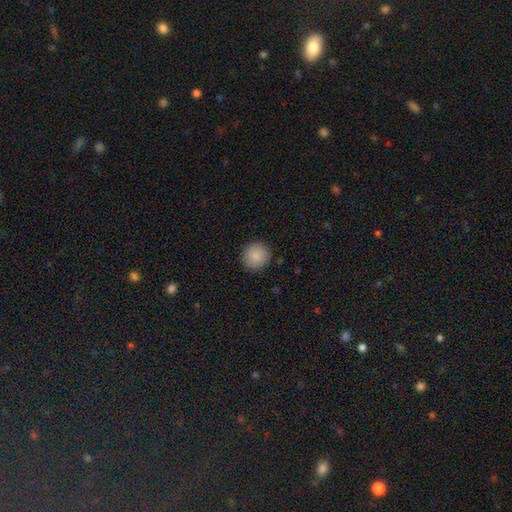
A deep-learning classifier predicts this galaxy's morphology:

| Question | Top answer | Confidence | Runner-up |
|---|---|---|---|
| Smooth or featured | smooth | 87% | star or artifact (8%) |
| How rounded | round | 94% | in between (6%) |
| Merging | none | 90% | minor disturbance (7%) |